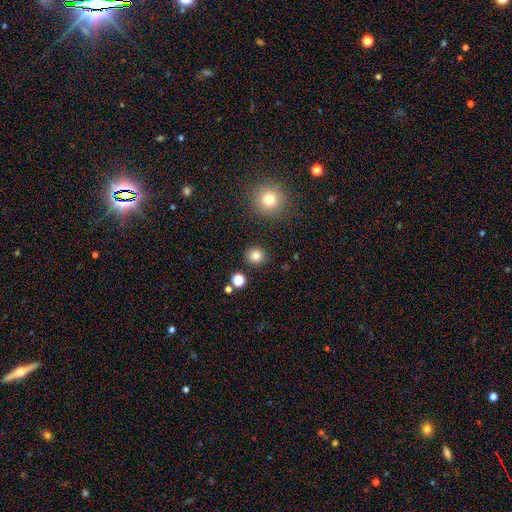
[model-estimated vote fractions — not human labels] A smooth galaxy with no disk features (83%) that is round (90%).

Vote fractions:
- Smooth or featured? smooth: 83% / star or artifact: 12% / featured or disk: 5%
- How rounded? round: 90% / in between: 9% / cigar-shaped: 1%
- Merging? none: 89% / minor disturbance: 6% / merger: 3% / major disturbance: 2%